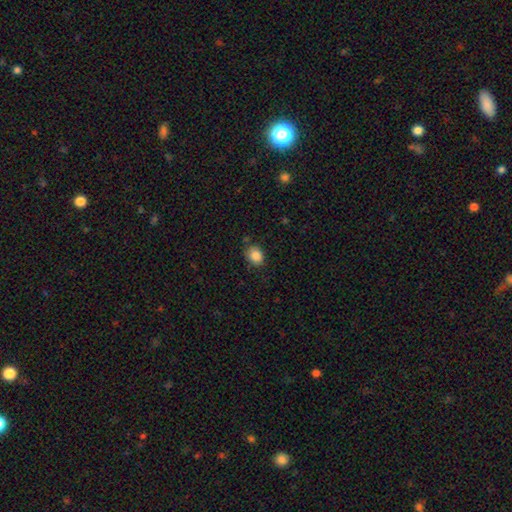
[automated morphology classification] Smooth or featured?
  - smooth: 86% *
  - star or artifact: 9%
  - featured or disk: 5%
How rounded?
  - in between: 51% *
  - round: 48%
  - cigar-shaped: 1%
Merging?
  - none: 76% *
  - minor disturbance: 17%
  - major disturbance: 3%
  - merger: 3%